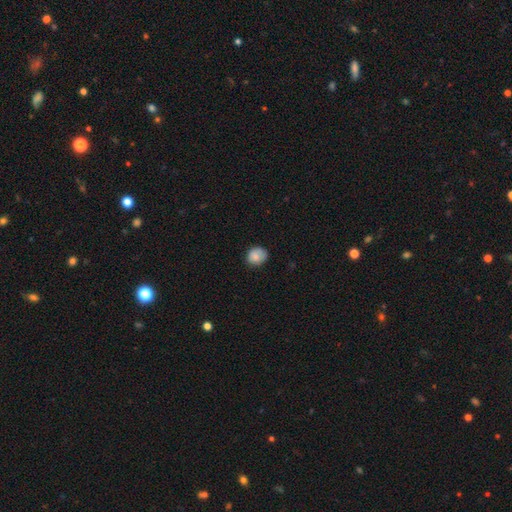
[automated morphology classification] A smooth galaxy with no disk features (83%) that is round (69%).

Vote fractions:
- Smooth or featured? smooth: 83% / featured or disk: 9% / star or artifact: 8%
- How rounded? round: 69% / in between: 30% / cigar-shaped: 1%
- Merging? none: 74% / minor disturbance: 21% / major disturbance: 4% / merger: 1%